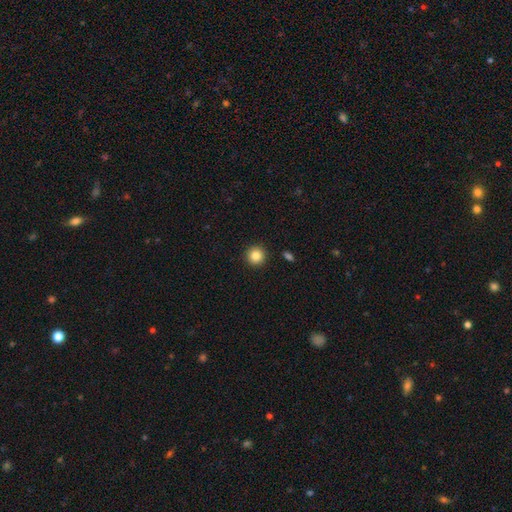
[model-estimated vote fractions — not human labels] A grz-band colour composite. It shows a smooth galaxy with no disk features (86%) that is round (95%). Merging: none (92%).